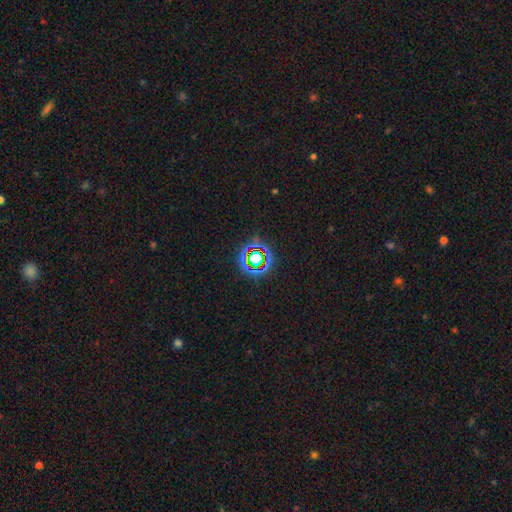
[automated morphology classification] Smooth or featured? Predicted: star or artifact (p=0.66).